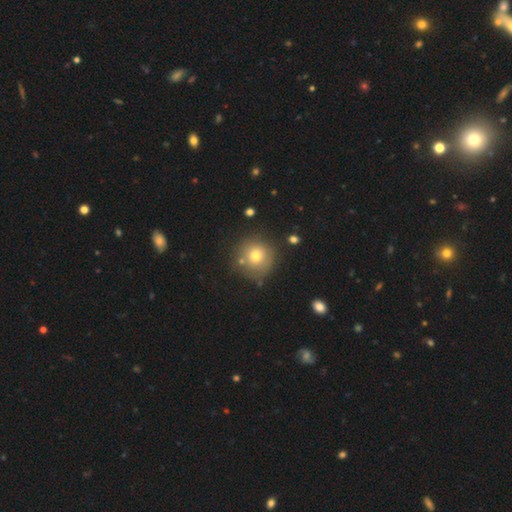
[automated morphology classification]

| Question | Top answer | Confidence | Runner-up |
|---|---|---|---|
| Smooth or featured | smooth | 73% | featured or disk (15%) |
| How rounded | round | 93% | in between (6%) |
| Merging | none | 75% | minor disturbance (14%) |